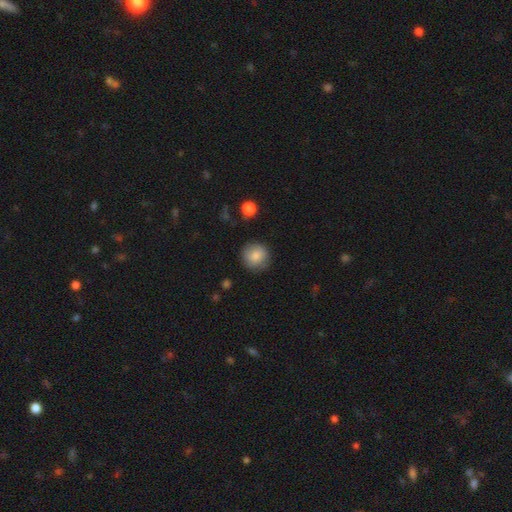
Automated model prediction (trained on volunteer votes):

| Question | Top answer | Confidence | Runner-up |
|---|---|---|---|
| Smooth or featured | smooth | 84% | star or artifact (8%) |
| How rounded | round | 92% | in between (7%) |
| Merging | none | 84% | minor disturbance (12%) |